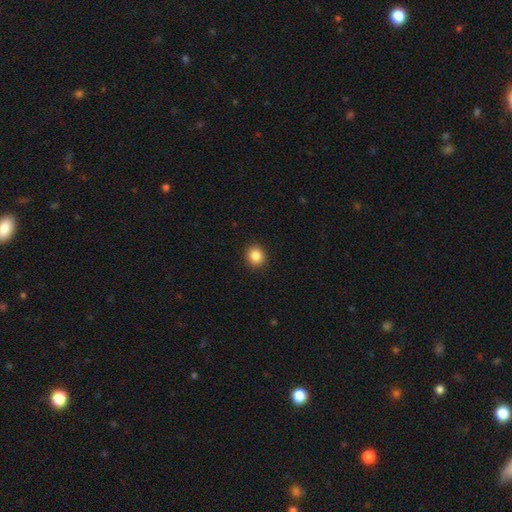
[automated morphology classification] A smooth galaxy with no disk features (86%) that is round (81%).

Vote fractions:
- Smooth or featured? smooth: 86% / star or artifact: 10% / featured or disk: 4%
- How rounded? round: 81% / in between: 18% / cigar-shaped: 1%
- Merging? none: 92% / minor disturbance: 6% / major disturbance: 2% / merger: 1%